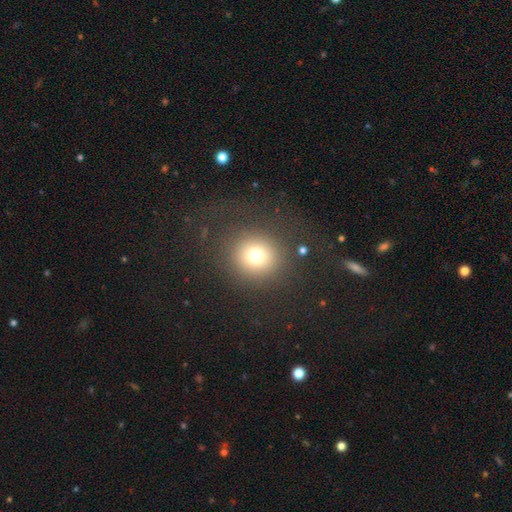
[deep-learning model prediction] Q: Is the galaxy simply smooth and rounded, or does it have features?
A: smooth — 73%.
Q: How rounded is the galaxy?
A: round — 89%.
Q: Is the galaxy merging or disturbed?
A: none — 84%.